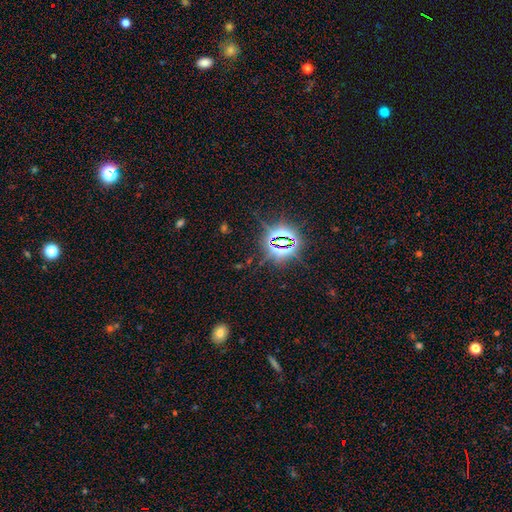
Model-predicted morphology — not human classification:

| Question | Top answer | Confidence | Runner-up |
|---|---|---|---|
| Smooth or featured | star or artifact | 78% | smooth (14%) |